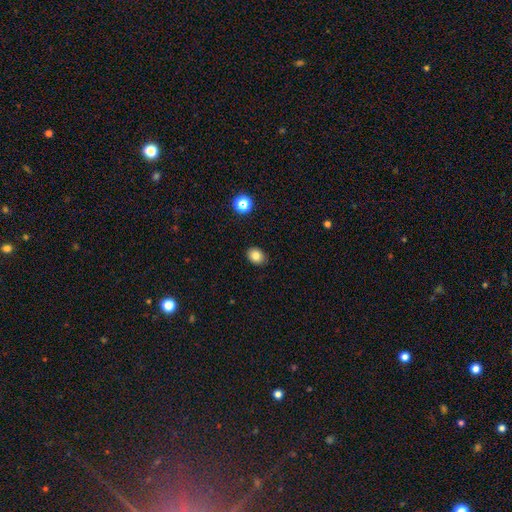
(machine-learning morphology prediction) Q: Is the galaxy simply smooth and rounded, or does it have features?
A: smooth — 81%.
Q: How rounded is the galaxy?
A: round — 50%, tied with in between.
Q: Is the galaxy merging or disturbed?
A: none — 89%.